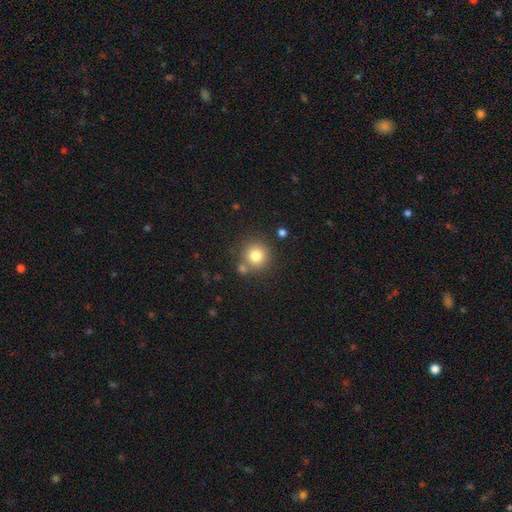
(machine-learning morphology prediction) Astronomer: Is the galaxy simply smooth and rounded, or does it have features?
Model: smooth — 80%.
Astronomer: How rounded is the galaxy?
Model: round — 92%.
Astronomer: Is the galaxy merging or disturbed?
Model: none — 75%.